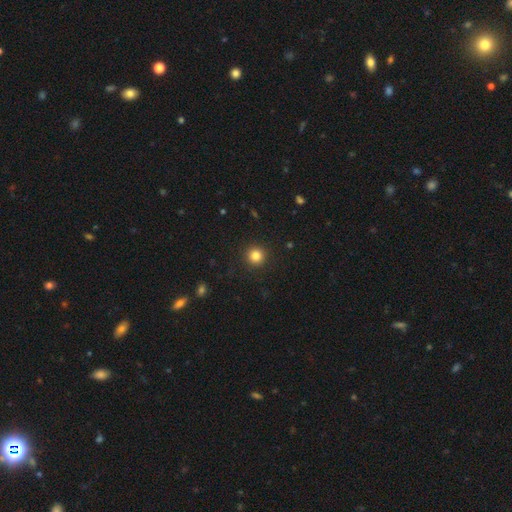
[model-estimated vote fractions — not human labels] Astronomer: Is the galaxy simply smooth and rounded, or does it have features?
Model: smooth — 83%.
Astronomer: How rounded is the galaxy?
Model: round — 95%.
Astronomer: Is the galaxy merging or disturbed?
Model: none — 92%.